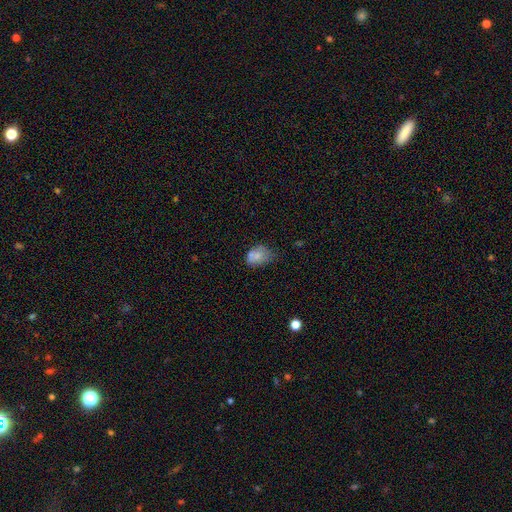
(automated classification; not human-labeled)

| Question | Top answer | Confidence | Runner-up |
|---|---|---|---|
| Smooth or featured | smooth | 72% | featured or disk (18%) |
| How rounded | in between | 72% | round (27%) |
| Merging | none | 38% | minor disturbance (35%) |